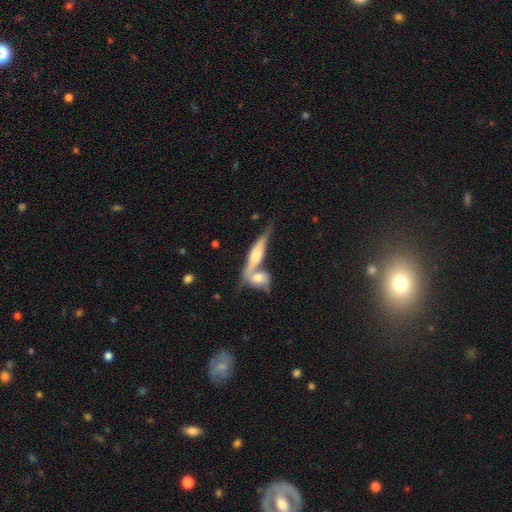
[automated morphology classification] The model was most divided on "merging": none: 42%, merger: 39%, minor disturbance: 12%, major disturbance: 7%. More confident: edge-on disk — yes (78%); smooth or featured — featured or disk (58%).